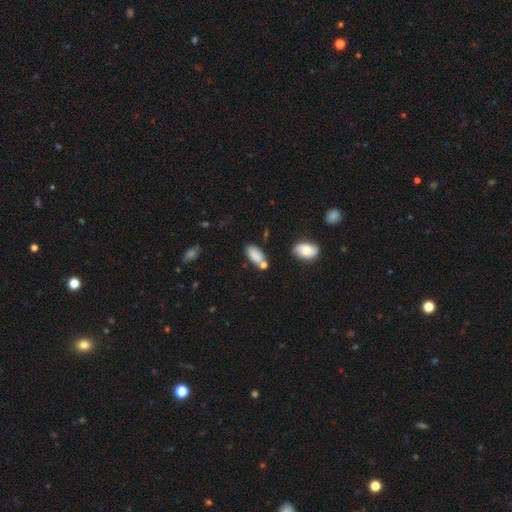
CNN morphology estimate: smooth-or-featured: smooth: 83% | featured or disk: 9% | star or artifact: 9%
  how-rounded: in between: 91% | cigar-shaped: 5% | round: 4%
  merging: none: 60% | minor disturbance: 18% | merger: 17% | major disturbance: 5%